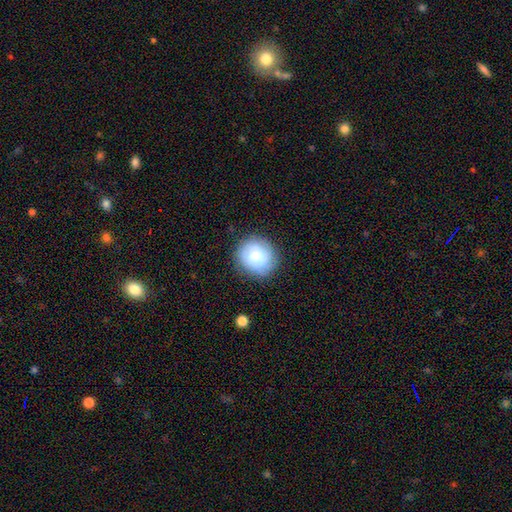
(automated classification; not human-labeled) This appears to be a smooth galaxy with no disk features (69%) that is round (88%). Merging: none (83%).